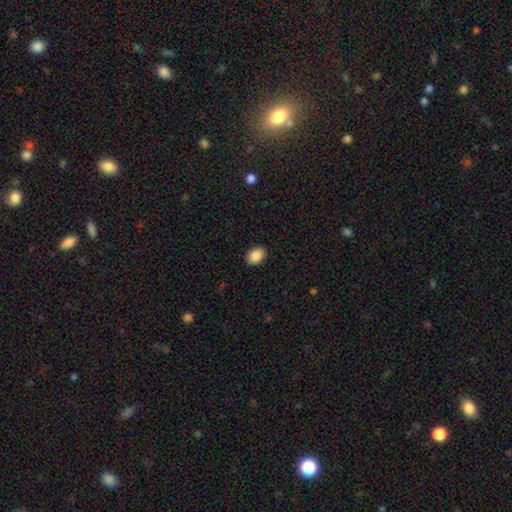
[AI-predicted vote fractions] Smooth or featured? smooth (89%)
How rounded? in between (79%)
Merging? none (89%)